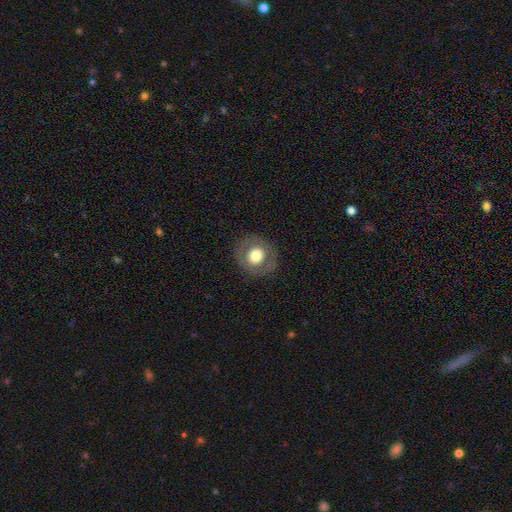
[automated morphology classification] smooth_or_featured: smooth (p=0.63) [alt: featured or disk p=0.29]
how_rounded: round (p=0.87) [alt: in between p=0.12]
merging: none (p=0.84) [alt: minor disturbance p=0.10]